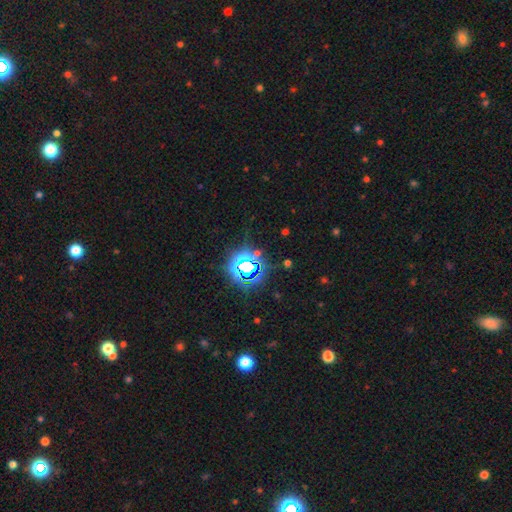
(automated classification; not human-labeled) smooth-or-featured: star or artifact: 75% | smooth: 16% | featured or disk: 8%